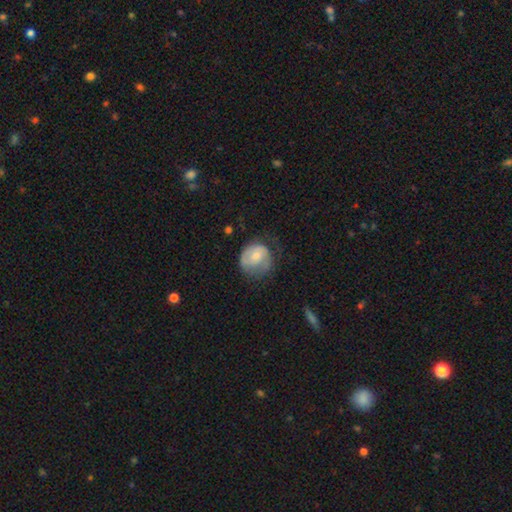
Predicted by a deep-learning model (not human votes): Smooth or featured? smooth (52%)
How rounded? round (74%)
Merging? none (44%)